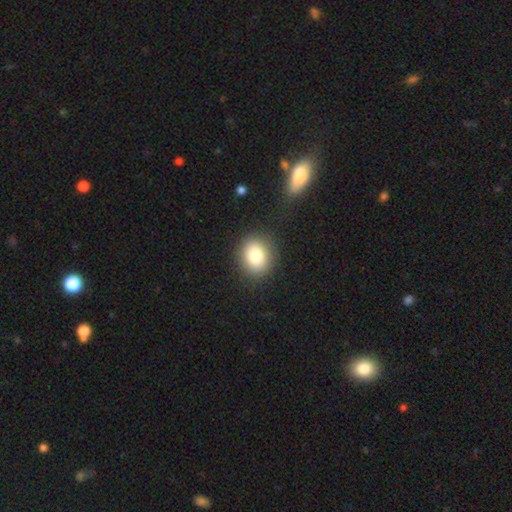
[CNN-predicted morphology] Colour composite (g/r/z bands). It shows a smooth galaxy with no disk features (82%) that is round (59%). Merging: none (87%).